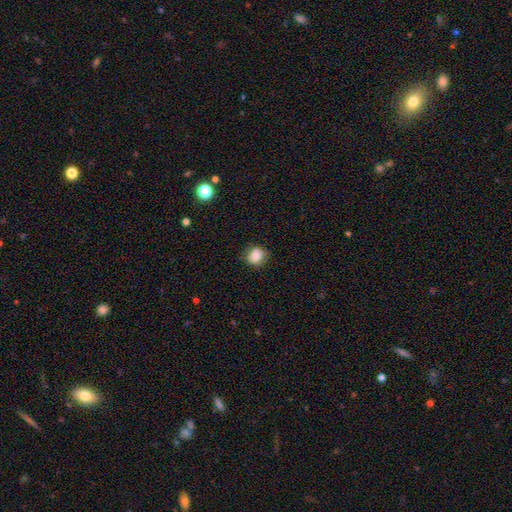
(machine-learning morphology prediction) Overall: smooth (82%). How rounded: round (71%). Merging: none (78%).